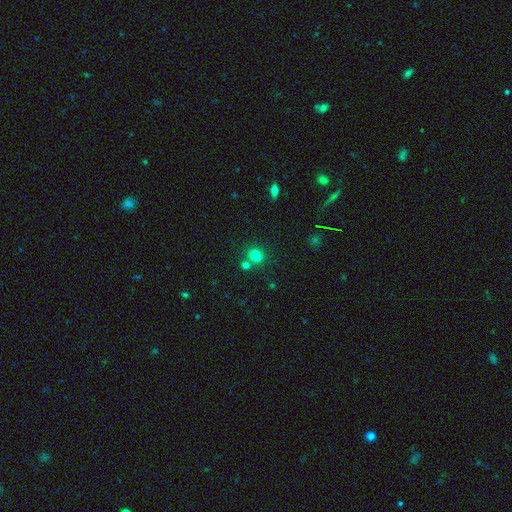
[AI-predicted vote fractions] Smooth or featured?
  - smooth: 78% *
  - star or artifact: 16%
  - featured or disk: 6%
How rounded?
  - round: 85% *
  - in between: 14%
  - cigar-shaped: 1%
Merging?
  - none: 69% *
  - merger: 21%
  - minor disturbance: 8%
  - major disturbance: 3%